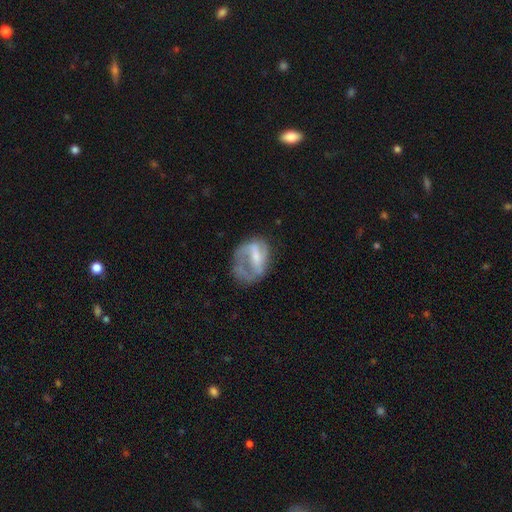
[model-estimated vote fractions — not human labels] Morphology: type=featured or disk (59%); edge-on=no (97%); bar=weak (40%); spiral arms=yes (54%); bulge=small (37%); merging=major disturbance (44%).